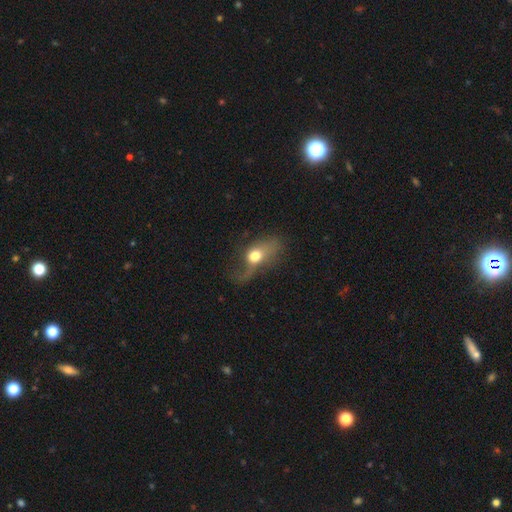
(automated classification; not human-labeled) Smooth or featured?
  - smooth: 53% *
  - featured or disk: 37%
  - star or artifact: 10%
How rounded?
  - in between: 62% *
  - round: 33%
  - cigar-shaped: 5%
Merging?
  - major disturbance: 51% *
  - none: 25%
  - minor disturbance: 20%
  - merger: 4%